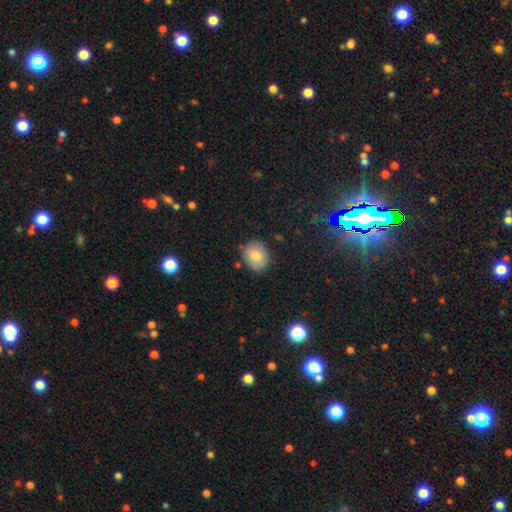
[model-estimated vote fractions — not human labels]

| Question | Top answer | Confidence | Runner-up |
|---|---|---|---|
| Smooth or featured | smooth | 77% | featured or disk (14%) |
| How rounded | round | 60% | in between (39%) |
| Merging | none | 81% | minor disturbance (14%) |